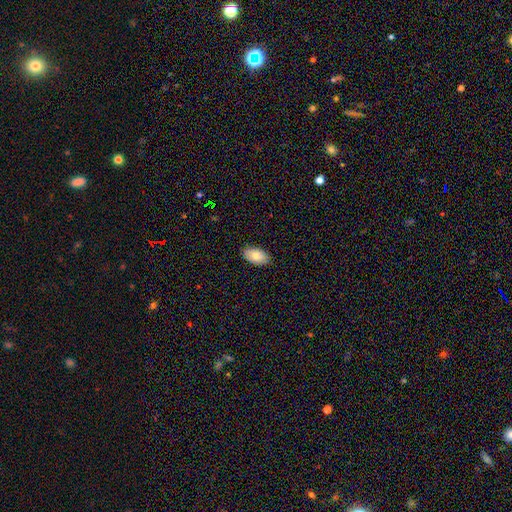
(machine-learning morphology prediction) Q: Smooth or featured?
A: smooth (80%); runner-up: featured or disk (14%)
Q: How rounded?
A: in between (95%); runner-up: round (4%)
Q: Merging?
A: none (88%); runner-up: minor disturbance (10%)